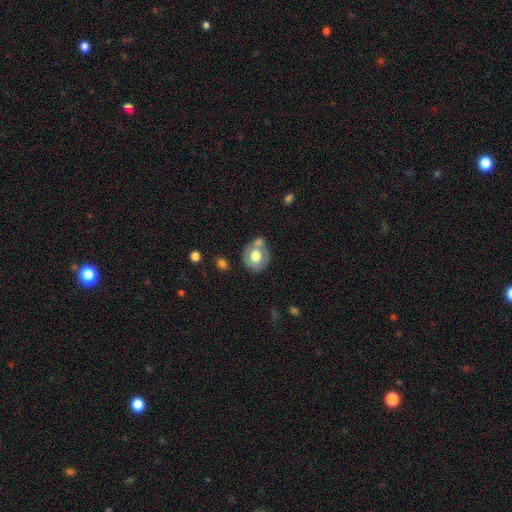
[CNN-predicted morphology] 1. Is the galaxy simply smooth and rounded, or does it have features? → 57% smooth, 36% featured or disk, 7% star or artifact.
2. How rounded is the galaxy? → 71% round, 28% in between, 1% cigar-shaped.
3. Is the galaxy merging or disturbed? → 49% none, 25% merger, 19% minor disturbance, 7% major disturbance.